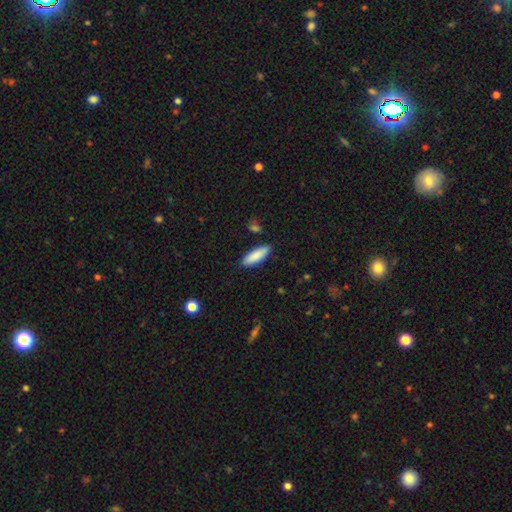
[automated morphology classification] A smooth galaxy with no disk features (87%) that is in between round and cigar-shaped (56%). Merging: none (86%).